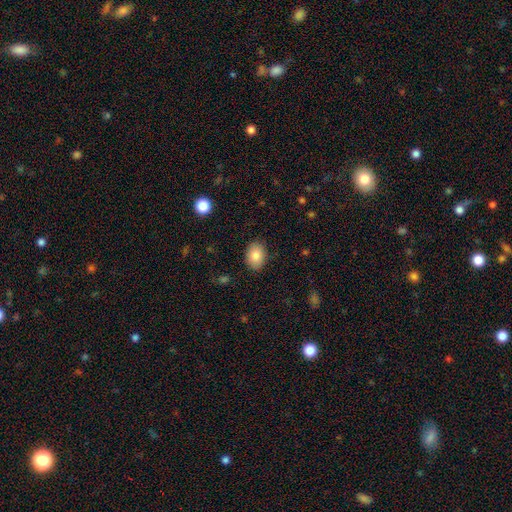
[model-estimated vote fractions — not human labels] smooth 86%, star or artifact 8%, featured or disk 6%. Down the decision tree: how rounded — in between (79%); merging — none (87%).